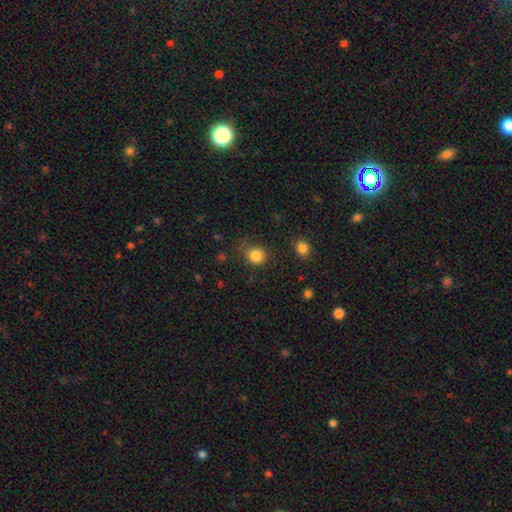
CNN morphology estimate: smooth-or-featured: smooth: 84% | star or artifact: 11% | featured or disk: 5%
  how-rounded: round: 83% | in between: 16% | cigar-shaped: 1%
  merging: none: 75% | minor disturbance: 17% | major disturbance: 6% | merger: 3%